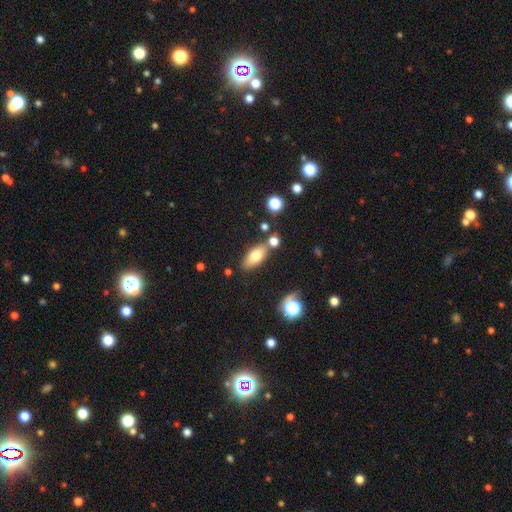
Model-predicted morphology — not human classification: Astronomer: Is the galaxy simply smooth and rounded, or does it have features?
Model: smooth — 73%.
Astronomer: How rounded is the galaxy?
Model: in between — 83%.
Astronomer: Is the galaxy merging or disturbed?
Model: none — 72%.